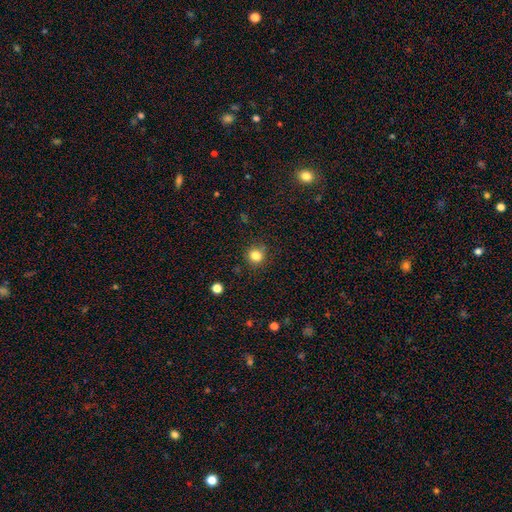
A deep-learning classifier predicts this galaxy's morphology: Overall: smooth (83%). How rounded: round (90%). Merging: none (86%).